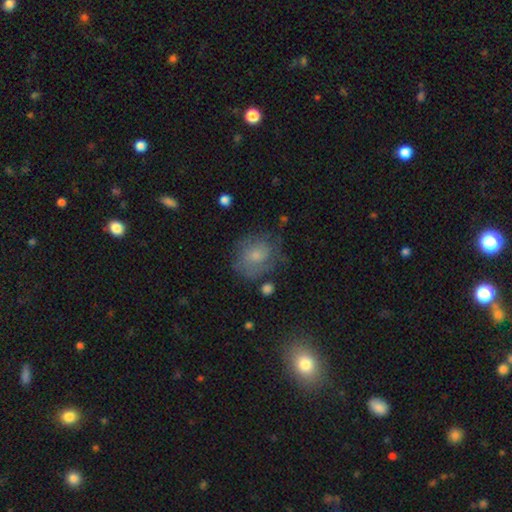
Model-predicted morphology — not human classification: A smooth galaxy with no disk features (55%) that is round (67%).

Vote fractions:
- Smooth or featured? smooth: 55% / featured or disk: 35% / star or artifact: 10%
- How rounded? round: 67% / in between: 32% / cigar-shaped: 1%
- Merging? none: 57% / minor disturbance: 24% / major disturbance: 15% / merger: 3%